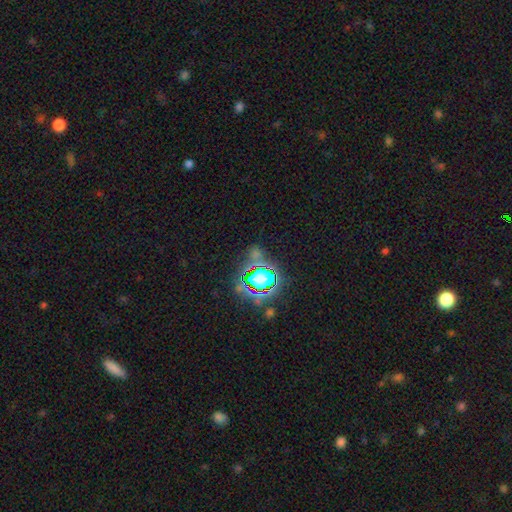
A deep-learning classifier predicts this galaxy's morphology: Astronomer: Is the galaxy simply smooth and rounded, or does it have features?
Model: star or artifact — 71%.